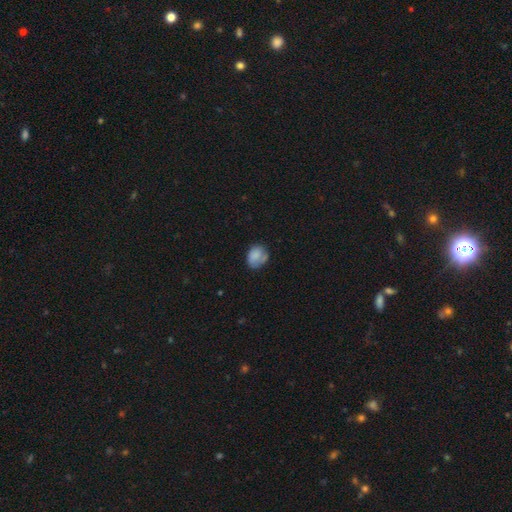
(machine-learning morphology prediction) The model was most divided on "how rounded": round: 50%, in between: 49%, cigar-shaped: 1%. More confident: smooth or featured — smooth (77%); merging — none (56%).